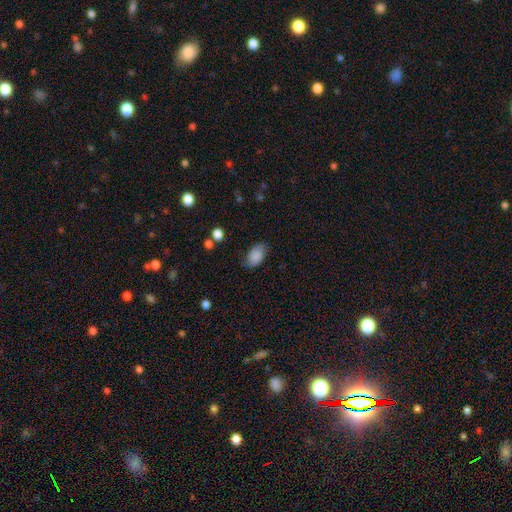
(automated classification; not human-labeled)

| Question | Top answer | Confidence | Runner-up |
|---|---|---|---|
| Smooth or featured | smooth | 82% | featured or disk (10%) |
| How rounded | in between | 91% | round (7%) |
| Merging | none | 70% | minor disturbance (23%) |